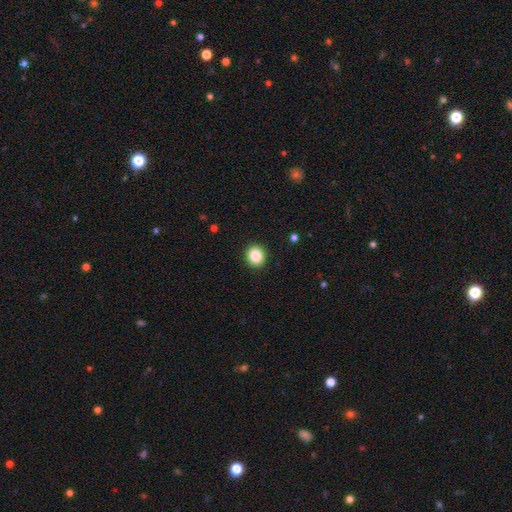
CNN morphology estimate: A smooth galaxy with no disk features (86%) that is round (80%).

Vote fractions:
- Smooth or featured? smooth: 86% / star or artifact: 9% / featured or disk: 5%
- How rounded? round: 80% / in between: 19% / cigar-shaped: 1%
- Merging? none: 92% / minor disturbance: 5% / major disturbance: 2% / merger: 1%